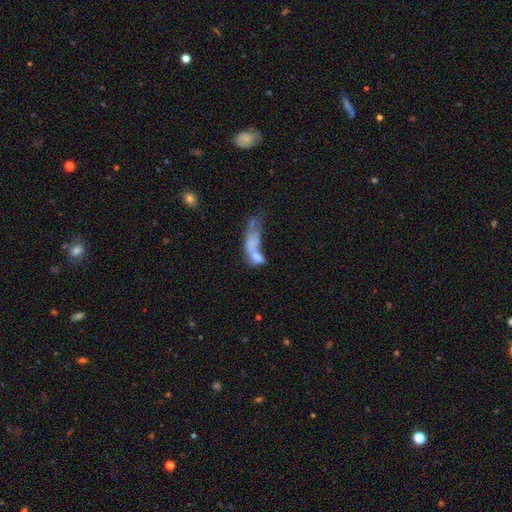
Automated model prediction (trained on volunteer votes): Smooth or featured? smooth (51%)
How rounded? in between (67%)
Merging? merger (48%)